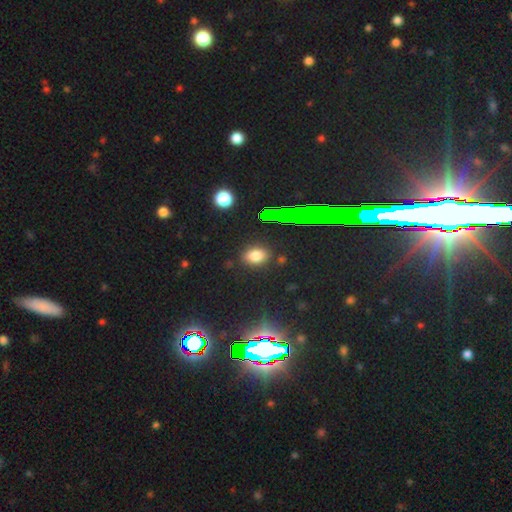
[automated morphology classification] Overall: smooth (75%). How rounded: in between (66%; round 32%). Merging: none (86%).